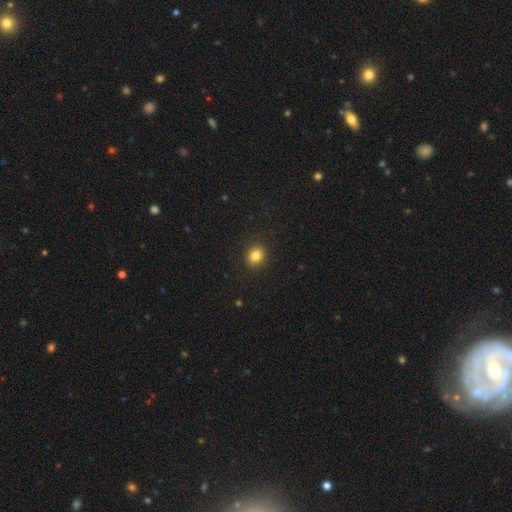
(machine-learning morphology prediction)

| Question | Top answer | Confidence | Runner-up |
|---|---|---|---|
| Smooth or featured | smooth | 84% | star or artifact (11%) |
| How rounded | round | 69% | in between (30%) |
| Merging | none | 91% | minor disturbance (6%) |